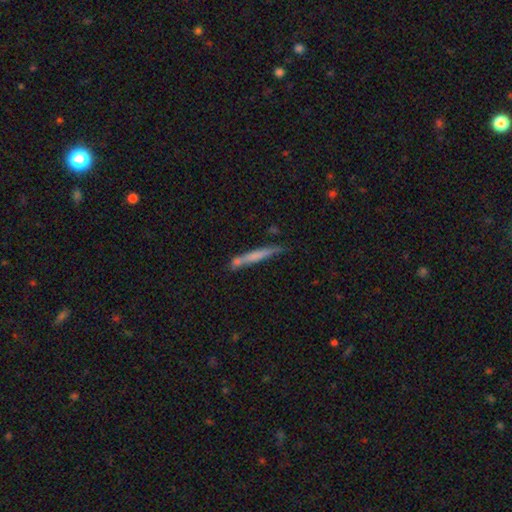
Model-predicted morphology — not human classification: Smooth or featured: smooth — 59% (featured or disk — 34%)
How rounded: cigar-shaped — 95% (in between — 4%)
Merging: none — 67% (minor disturbance — 18%)